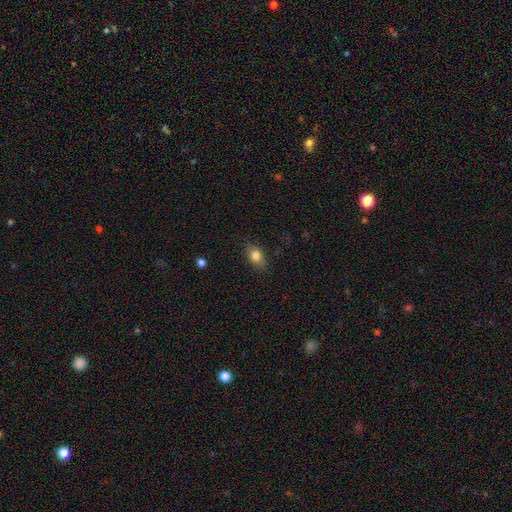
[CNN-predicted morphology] This is likely a smooth galaxy (80%). How rounded: likely in between (79%). Merging: clearly none (83%).